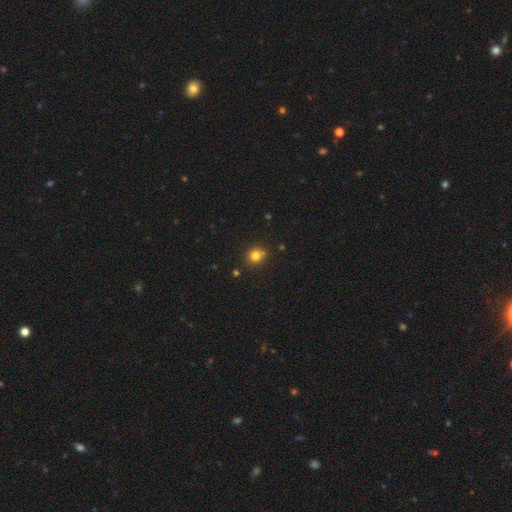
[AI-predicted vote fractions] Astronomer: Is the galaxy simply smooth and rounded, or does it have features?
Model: smooth — 79%.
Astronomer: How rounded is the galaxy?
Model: round — 81%.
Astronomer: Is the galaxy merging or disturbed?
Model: none — 77%.